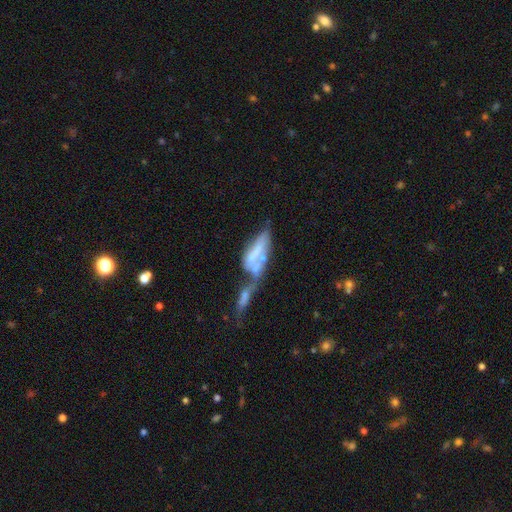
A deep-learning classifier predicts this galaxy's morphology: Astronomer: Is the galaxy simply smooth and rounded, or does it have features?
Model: featured or disk — 51% (runner-up: smooth, 39%).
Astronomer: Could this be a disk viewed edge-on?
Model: no — 81%.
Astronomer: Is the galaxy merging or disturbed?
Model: merger — 64%.